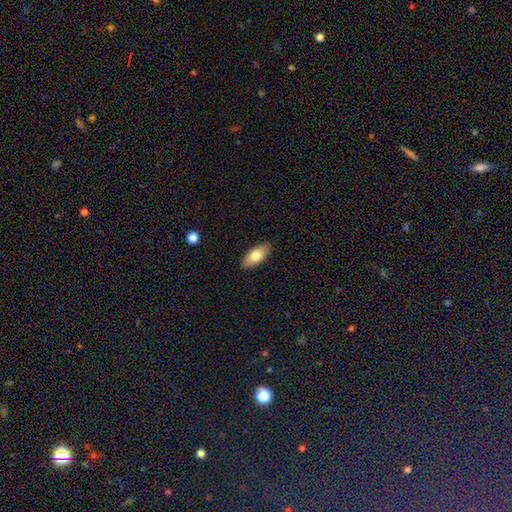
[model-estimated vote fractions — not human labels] Q: Smooth or featured?
A: smooth (74%); runner-up: featured or disk (19%)
Q: How rounded?
A: in between (88%); runner-up: cigar-shaped (9%)
Q: Merging?
A: none (89%); runner-up: minor disturbance (8%)